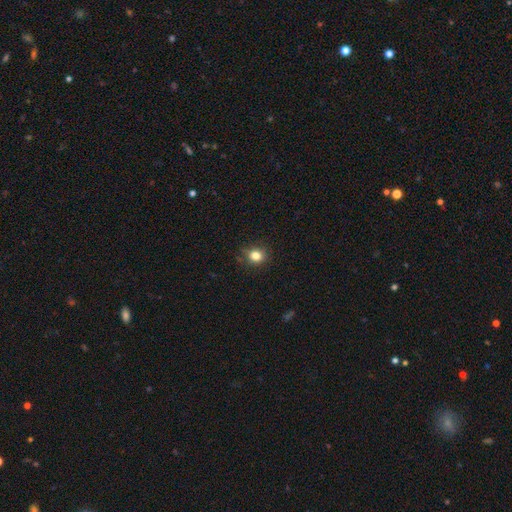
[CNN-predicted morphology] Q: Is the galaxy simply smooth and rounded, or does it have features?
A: smooth — 83%.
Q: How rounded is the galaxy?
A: round — 75%.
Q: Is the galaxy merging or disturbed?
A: none — 84%.